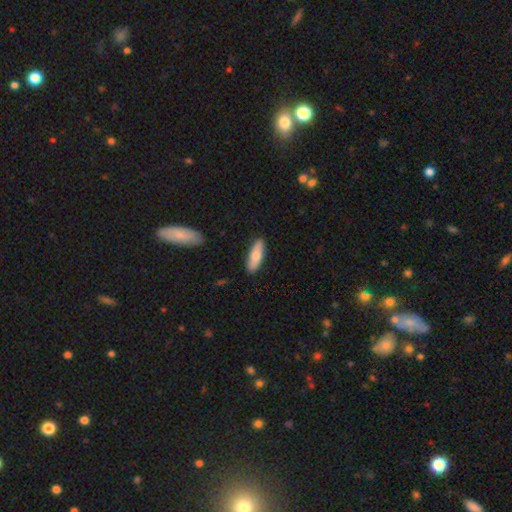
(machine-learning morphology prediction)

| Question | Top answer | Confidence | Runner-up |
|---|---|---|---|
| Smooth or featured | smooth | 71% | featured or disk (24%) |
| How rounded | in between | 52% | cigar-shaped (45%) |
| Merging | none | 88% | minor disturbance (9%) |